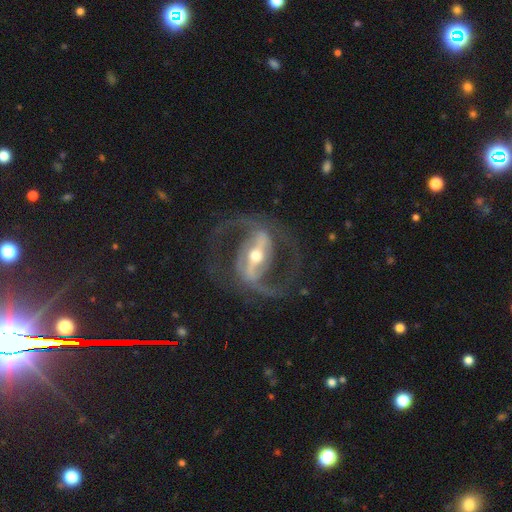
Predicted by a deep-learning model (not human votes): Overall: featured or disk (92%). Edge-on disk: no (95%). Bar: strong (72%). Spiral arms: yes (96%). Spiral arm count: 2 (93%). Spiral winding: medium (62%; loose 22%). Bulge size: moderate (60%; small 32%). Merging: none (78%).